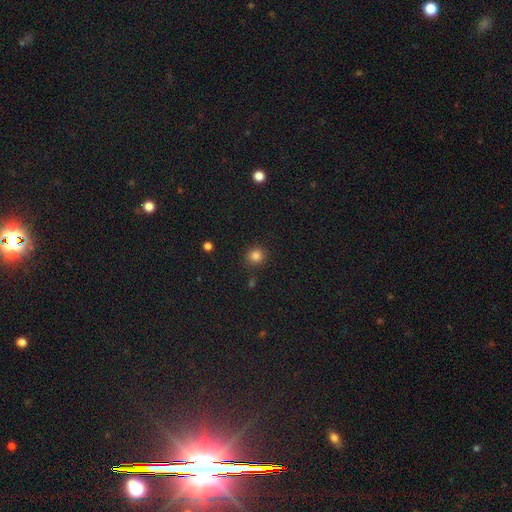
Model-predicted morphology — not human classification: A smooth galaxy with no disk features (84%) that is round (90%).

Vote fractions:
- Smooth or featured? smooth: 84% / star or artifact: 12% / featured or disk: 4%
- How rounded? round: 90% / in between: 9% / cigar-shaped: 1%
- Merging? none: 88% / minor disturbance: 7% / major disturbance: 3% / merger: 2%